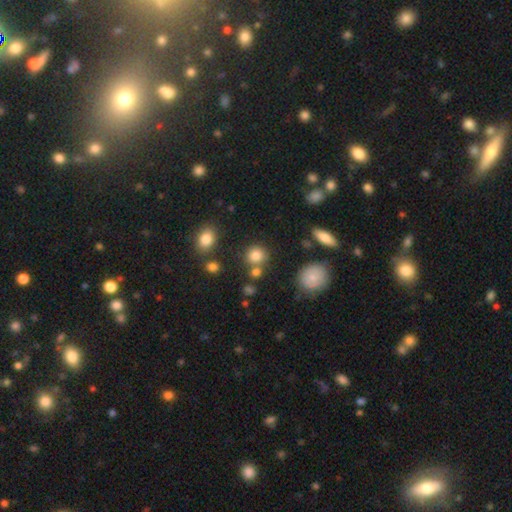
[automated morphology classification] smooth_or_featured: smooth (p=0.81) [alt: star or artifact p=0.13]
how_rounded: round (p=0.84) [alt: in between p=0.15]
merging: none (p=0.70) [alt: merger p=0.14]